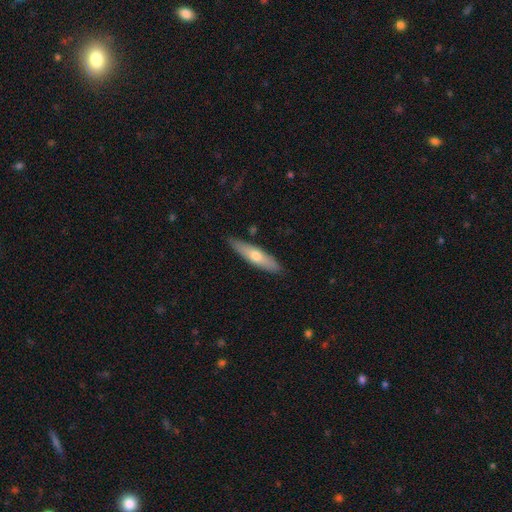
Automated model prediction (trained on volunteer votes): Morphology: type=smooth (56%); roundness=cigar-shaped (73%); merging=none (85%).